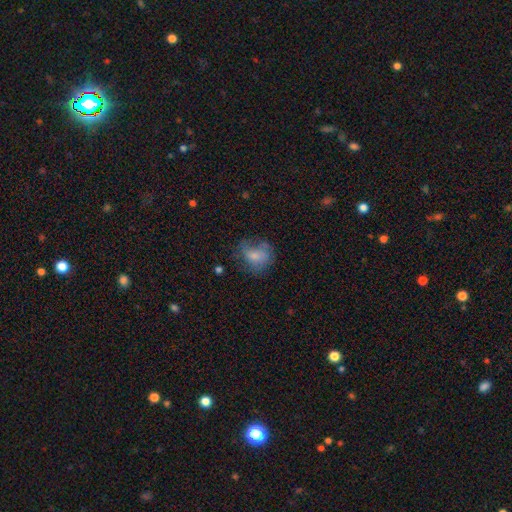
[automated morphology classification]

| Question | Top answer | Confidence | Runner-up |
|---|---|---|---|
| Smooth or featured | smooth | 66% | featured or disk (23%) |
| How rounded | round | 51% | in between (48%) |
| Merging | none | 49% | minor disturbance (26%) |